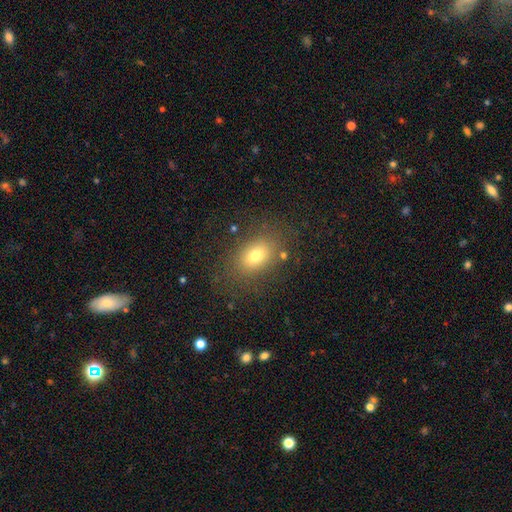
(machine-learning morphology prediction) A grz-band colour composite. It shows a smooth galaxy with no disk features (73%) that is in between round and cigar-shaped (76%). Merging: none (81%).